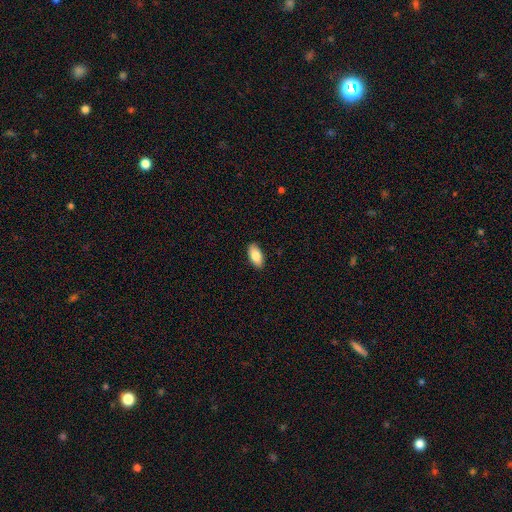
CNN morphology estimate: smooth-or-featured: smooth: 84% | featured or disk: 10% | star or artifact: 6%
  how-rounded: in between: 93% | cigar-shaped: 4% | round: 3%
  merging: none: 89% | minor disturbance: 8% | major disturbance: 2% | merger: 1%